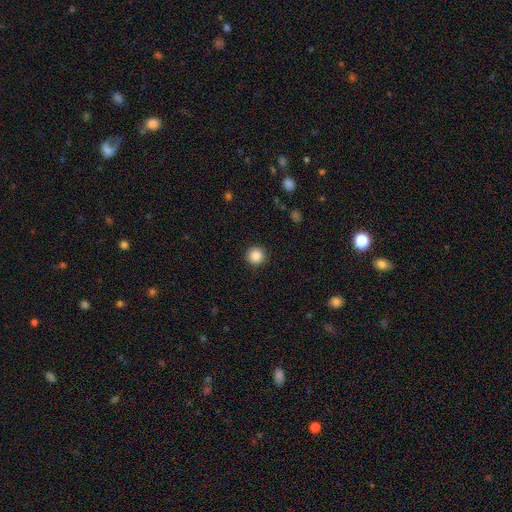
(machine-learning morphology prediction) Q: Smooth or featured?
A: smooth (86%); runner-up: star or artifact (10%)
Q: How rounded?
A: round (96%); runner-up: in between (3%)
Q: Merging?
A: none (92%); runner-up: minor disturbance (5%)